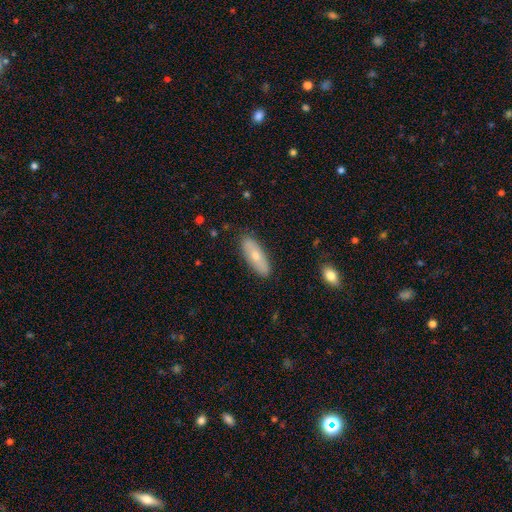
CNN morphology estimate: The model was most divided on "how rounded": in between: 61%, cigar-shaped: 36%, round: 3%. More confident: merging — none (86%); smooth or featured — smooth (64%).